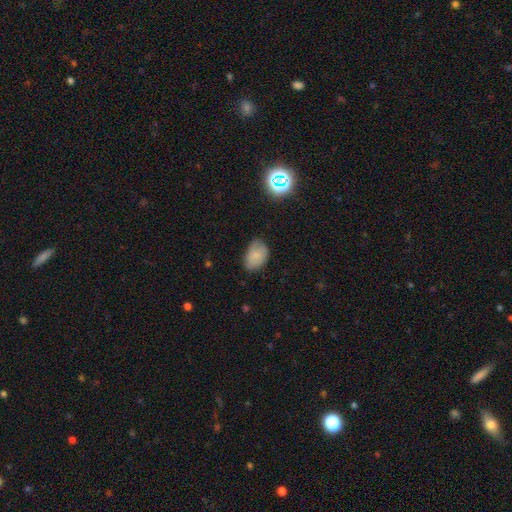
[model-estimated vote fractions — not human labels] The model was most divided on "merging": none: 63%, minor disturbance: 29%, major disturbance: 6%, merger: 2%. More confident: how rounded — in between (84%); smooth or featured — smooth (79%).